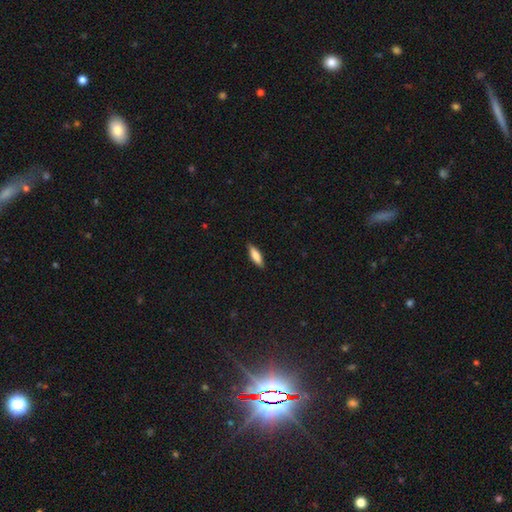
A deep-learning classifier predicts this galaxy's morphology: Smooth or featured?
  - smooth: 80% *
  - featured or disk: 14%
  - star or artifact: 6%
How rounded?
  - cigar-shaped: 52% *
  - in between: 46%
  - round: 2%
Merging?
  - none: 86% *
  - minor disturbance: 11%
  - major disturbance: 2%
  - merger: 1%